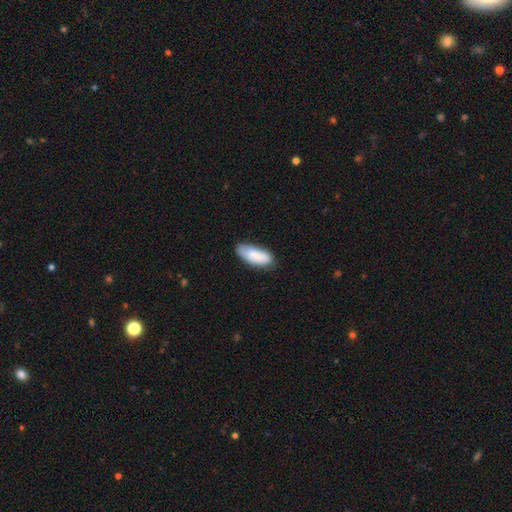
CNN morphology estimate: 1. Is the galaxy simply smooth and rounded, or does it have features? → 82% smooth, 12% featured or disk, 6% star or artifact.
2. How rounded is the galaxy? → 84% in between, 14% cigar-shaped, 2% round.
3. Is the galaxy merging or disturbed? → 66% none, 27% minor disturbance, 5% major disturbance, 3% merger.